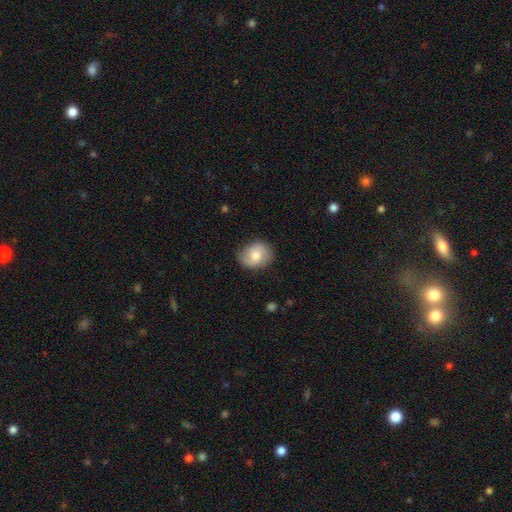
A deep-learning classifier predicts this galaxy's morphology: This appears to be a smooth galaxy with no disk features (68%) that is round (51%). Merging: none (77%).